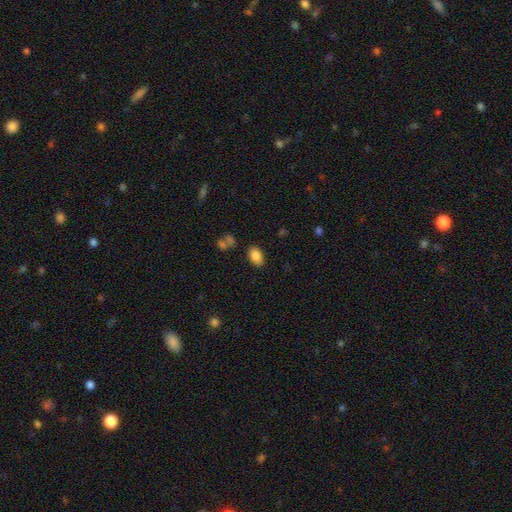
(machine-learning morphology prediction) Q: Smooth or featured?
A: smooth (85%); runner-up: star or artifact (9%)
Q: How rounded?
A: in between (90%); runner-up: round (8%)
Q: Merging?
A: none (83%); runner-up: minor disturbance (10%)